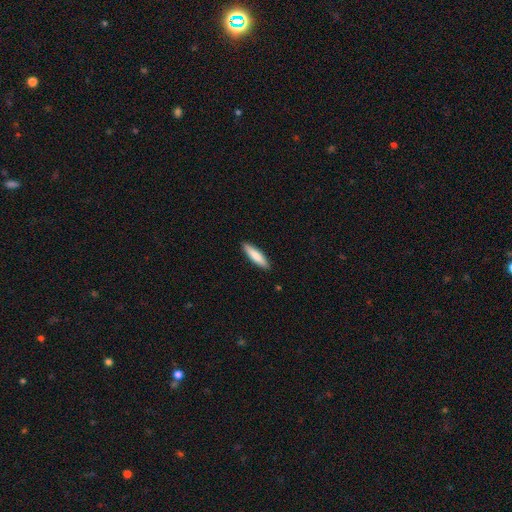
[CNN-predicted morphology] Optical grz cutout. It shows a smooth galaxy with no disk features (80%) that is cigar-shaped (74%). Merging: none (90%).